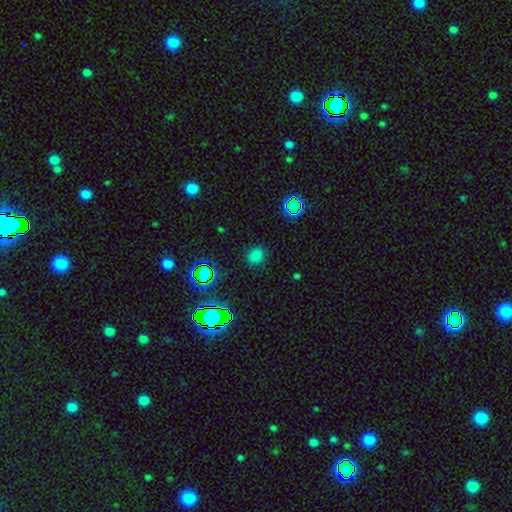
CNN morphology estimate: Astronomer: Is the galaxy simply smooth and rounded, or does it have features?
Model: smooth — 68%.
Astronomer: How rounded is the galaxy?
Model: round — 71%.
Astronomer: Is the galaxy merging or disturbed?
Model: none — 85%.